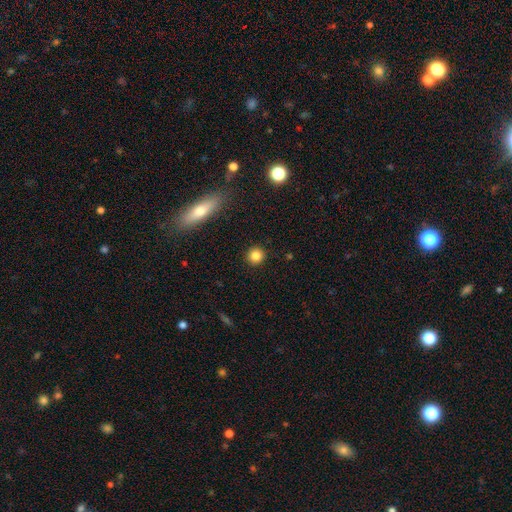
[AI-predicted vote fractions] A smooth galaxy with no disk features (83%) that is round (93%).

Vote fractions:
- Smooth or featured? smooth: 83% / star or artifact: 11% / featured or disk: 6%
- How rounded? round: 93% / in between: 5% / cigar-shaped: 1%
- Merging? none: 92% / minor disturbance: 5% / major disturbance: 2% / merger: 1%